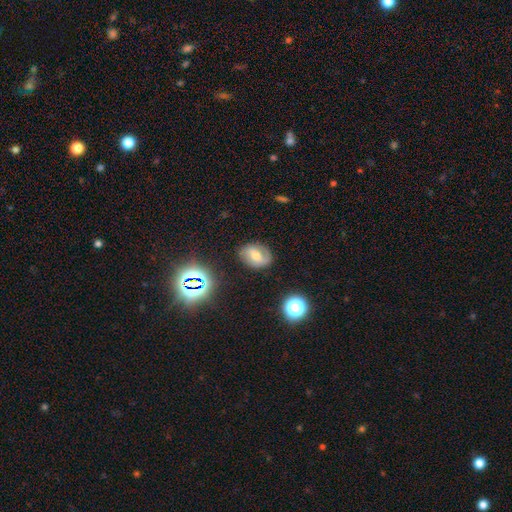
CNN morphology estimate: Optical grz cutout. It shows a featured or disk galaxy (50%). Merging: none (76%).